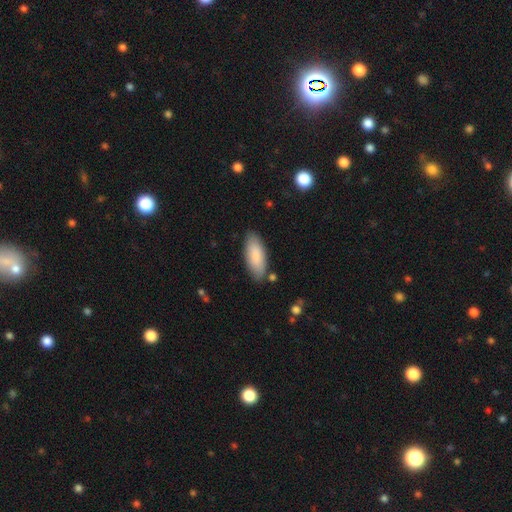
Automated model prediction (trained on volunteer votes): This appears to be a smooth galaxy with no disk features (86%) that is in between round and cigar-shaped (80%). Merging: none (83%).